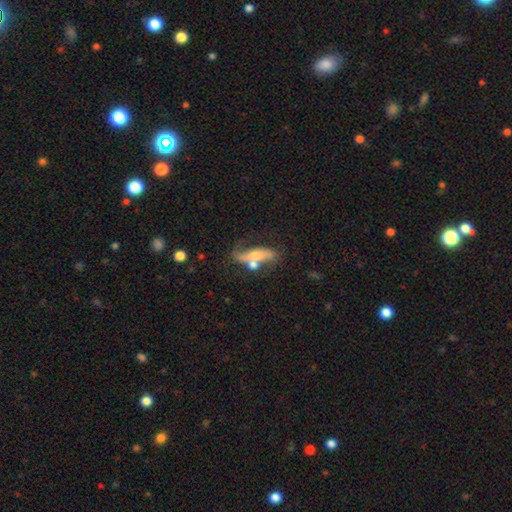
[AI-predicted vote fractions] Q: Smooth or featured?
A: featured or disk (57%); runner-up: smooth (35%)
Q: Edge-on disk?
A: no (57%); runner-up: yes (43%)
Q: Merging?
A: none (43%); runner-up: merger (25%)